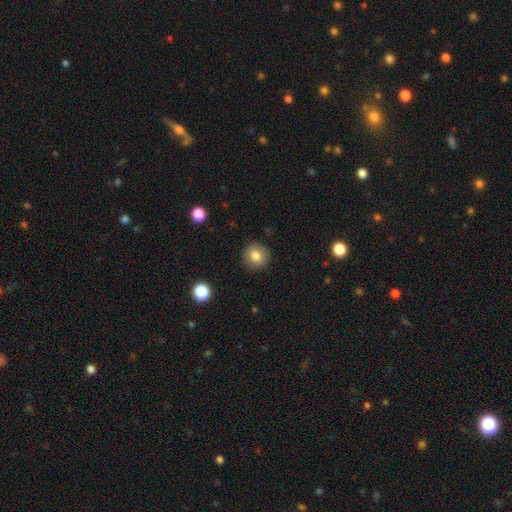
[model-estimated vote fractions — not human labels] smooth 81%, featured or disk 10%, star or artifact 10%. Down the decision tree: how rounded — round (92%); merging — none (90%).